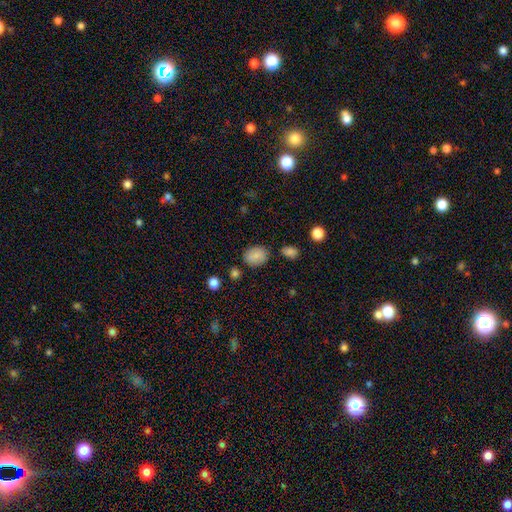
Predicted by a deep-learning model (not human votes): This appears to be a smooth galaxy with no disk features (85%) that is in between round and cigar-shaped (67%). Merging: none (77%).